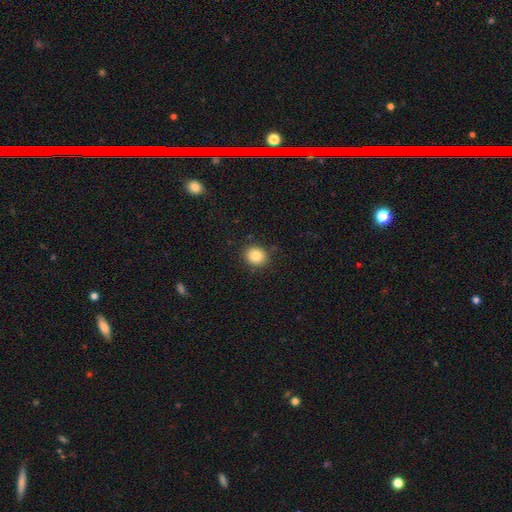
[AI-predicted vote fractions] smooth 84%, star or artifact 10%, featured or disk 6%. Down the decision tree: how rounded — round (75%); merging — none (86%).